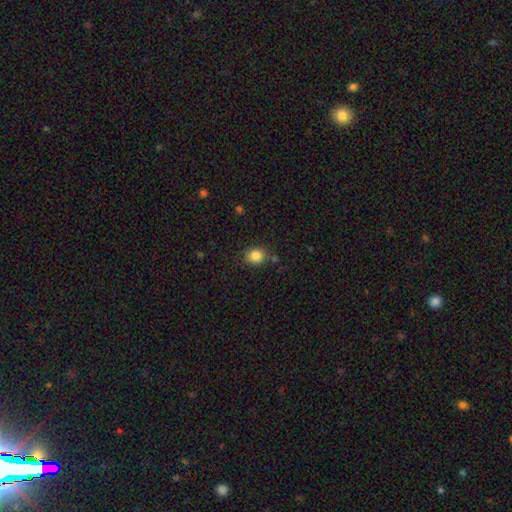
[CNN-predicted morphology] Overall: smooth (85%). How rounded: round (75%). Merging: none (81%).